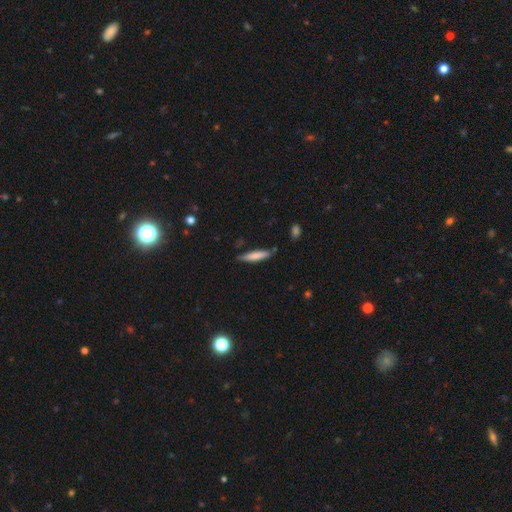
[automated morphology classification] type=smooth (73%); roundness=cigar-shaped (88%); merging=none (80%).